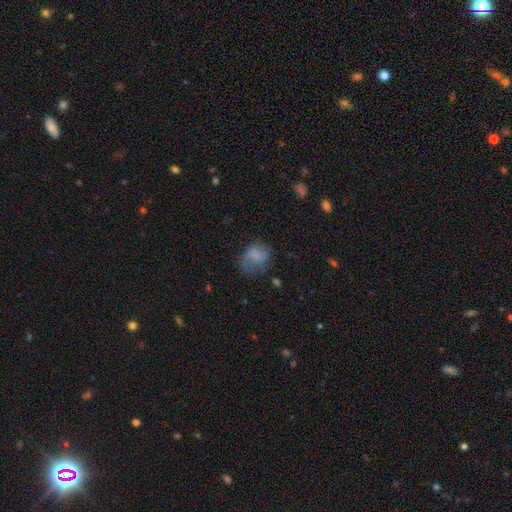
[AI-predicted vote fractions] smooth-or-featured: smooth: 66% | featured or disk: 23% | star or artifact: 11%
  how-rounded: in between: 58% | round: 41% | cigar-shaped: 1%
  merging: none: 40% | minor disturbance: 29% | major disturbance: 28% | merger: 3%